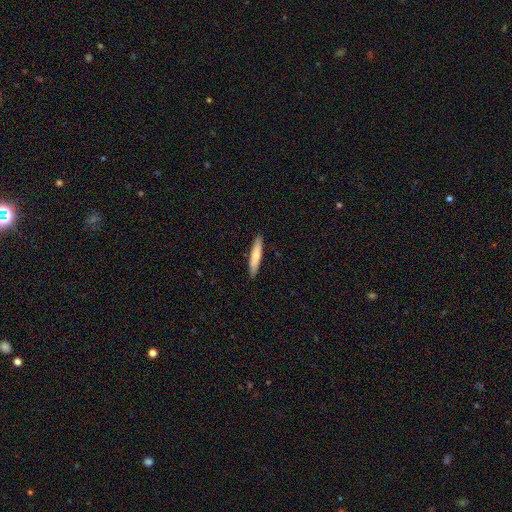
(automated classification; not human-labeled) smooth_or_featured: smooth (p=0.74) [alt: featured or disk p=0.21]
how_rounded: cigar-shaped (p=0.88) [alt: in between p=0.10]
merging: none (p=0.91) [alt: minor disturbance p=0.07]